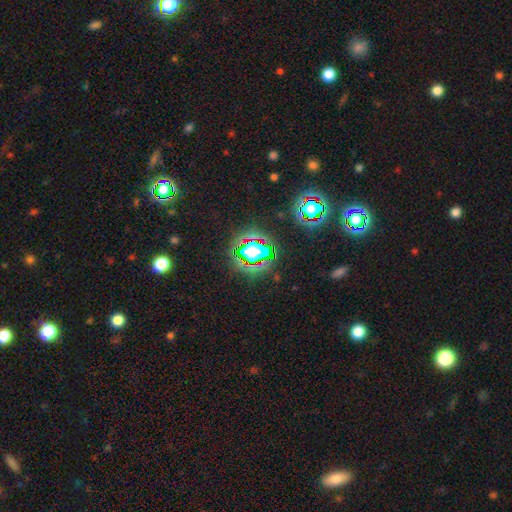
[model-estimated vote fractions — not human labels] Smooth or featured? Predicted: star or artifact (p=0.80).